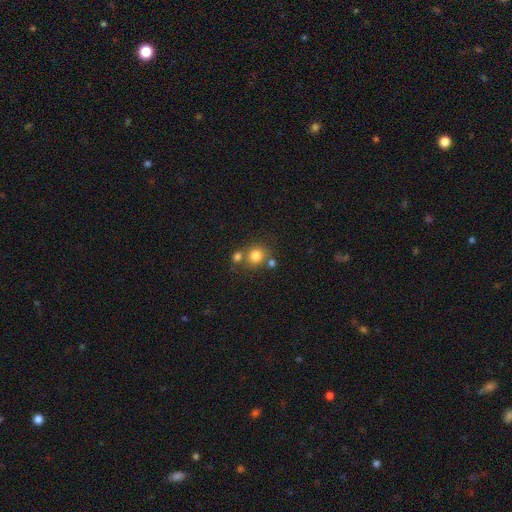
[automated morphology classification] A smooth galaxy with no disk features (80%) that is round (84%).

Vote fractions:
- Smooth or featured? smooth: 80% / star or artifact: 12% / featured or disk: 7%
- How rounded? round: 84% / in between: 15% / cigar-shaped: 1%
- Merging? none: 62% / merger: 26% / minor disturbance: 9% / major disturbance: 4%